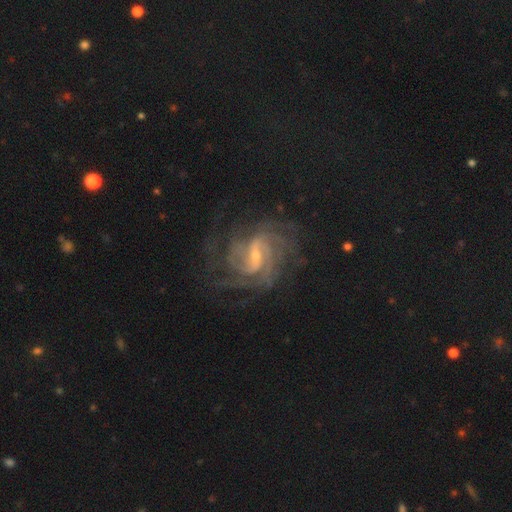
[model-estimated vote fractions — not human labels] Smooth or featured? Predicted: featured or disk (p=0.90). Edge-on disk? Predicted: no (p=0.97). Bar? Predicted: weak (p=0.51). Spiral arms? Predicted: yes (p=0.97). Spiral winding? Predicted: tight (p=0.52). Spiral arm count? Predicted: can't tell (p=0.23, tied with 4). Bulge size? Predicted: small (p=0.67). Merging? Predicted: none (p=0.69).